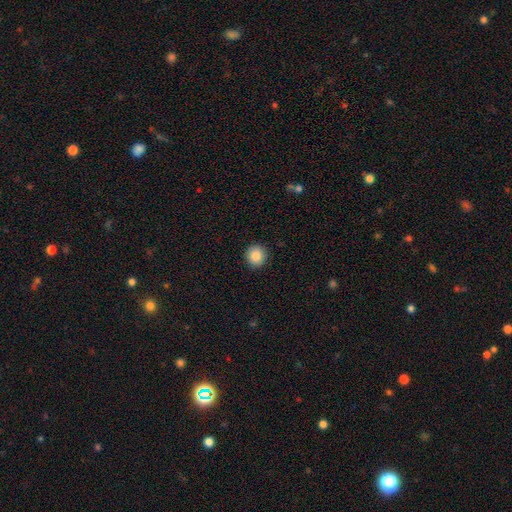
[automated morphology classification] Smooth or featured? Predicted: smooth (p=0.86). How rounded? Predicted: round (p=0.94). Merging? Predicted: none (p=0.92).